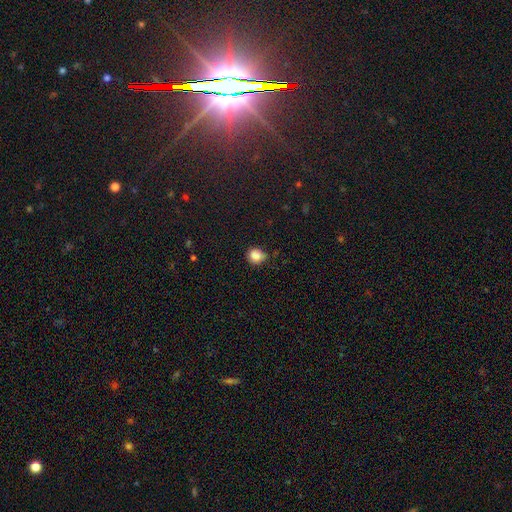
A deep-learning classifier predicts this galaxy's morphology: The model was most divided on "merging": none: 64%, minor disturbance: 28%, major disturbance: 5%, merger: 3%. More confident: smooth or featured — smooth (85%); how rounded — round (77%).